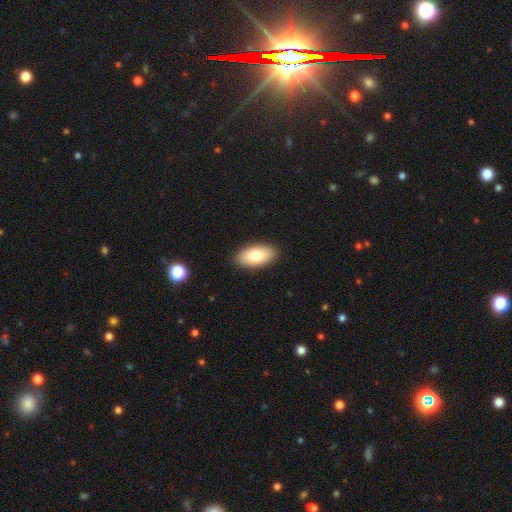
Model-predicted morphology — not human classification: Smooth or featured? smooth (80%)
How rounded? in between (94%)
Merging? none (90%)